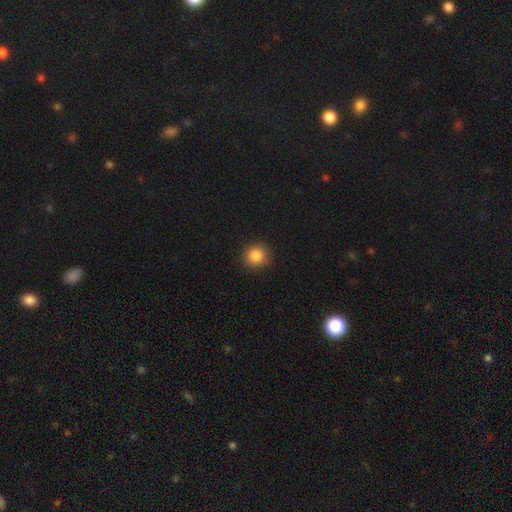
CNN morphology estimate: Smooth or featured? smooth (86%)
How rounded? round (91%)
Merging? none (90%)